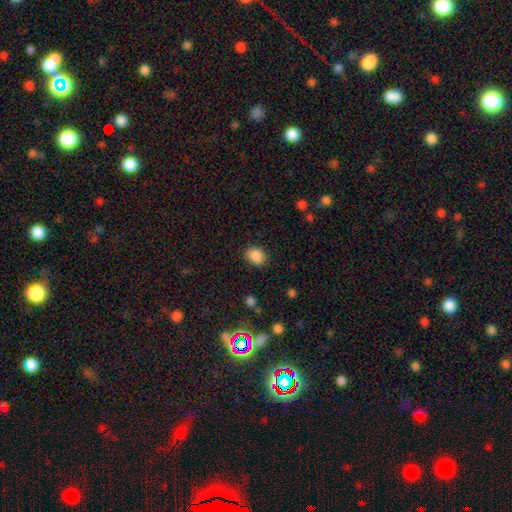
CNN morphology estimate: A smooth galaxy with no disk features (87%) that is in between round and cigar-shaped (54%). Merging: none (85%).